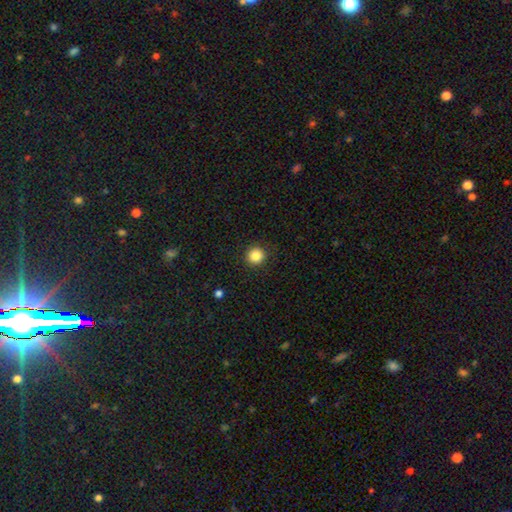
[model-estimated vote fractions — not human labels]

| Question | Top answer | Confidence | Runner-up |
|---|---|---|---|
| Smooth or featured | smooth | 85% | star or artifact (11%) |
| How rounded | round | 95% | in between (4%) |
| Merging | none | 91% | minor disturbance (6%) |